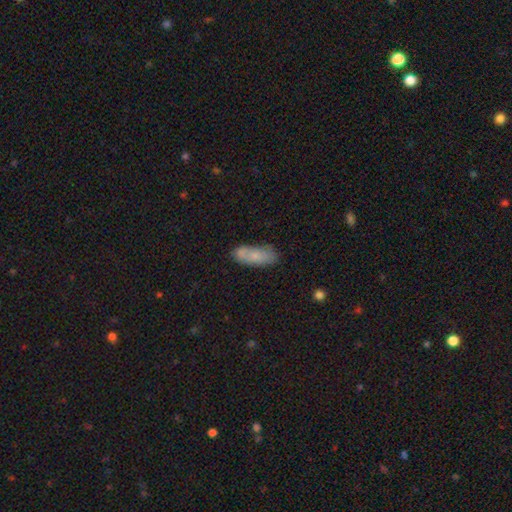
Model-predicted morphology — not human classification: Smooth or featured: smooth — 74% (featured or disk — 19%)
How rounded: in between — 76% (cigar-shaped — 21%)
Merging: none — 62% (minor disturbance — 22%)